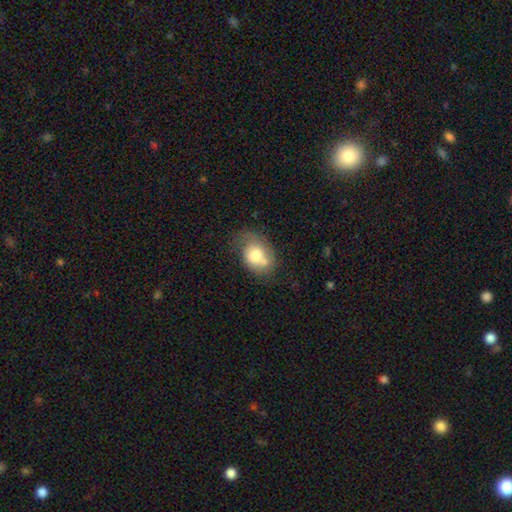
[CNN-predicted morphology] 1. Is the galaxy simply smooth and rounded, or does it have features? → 68% smooth, 24% featured or disk, 8% star or artifact.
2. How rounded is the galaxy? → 64% in between, 35% round, 1% cigar-shaped.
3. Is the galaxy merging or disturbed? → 37% none, 28% minor disturbance, 21% merger, 14% major disturbance.